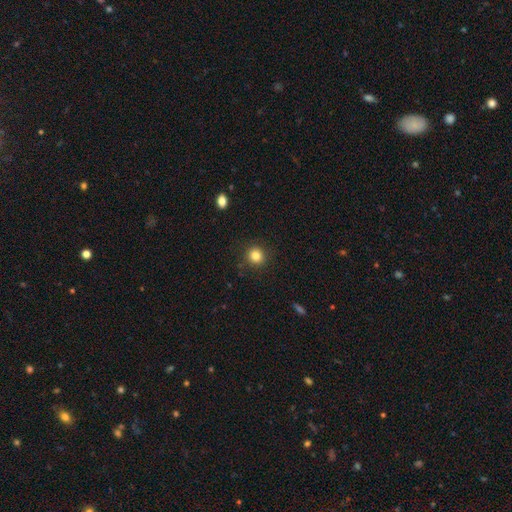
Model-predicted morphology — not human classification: This is clearly a smooth galaxy (83%). How rounded: clearly round (90%). Merging: clearly none (90%).